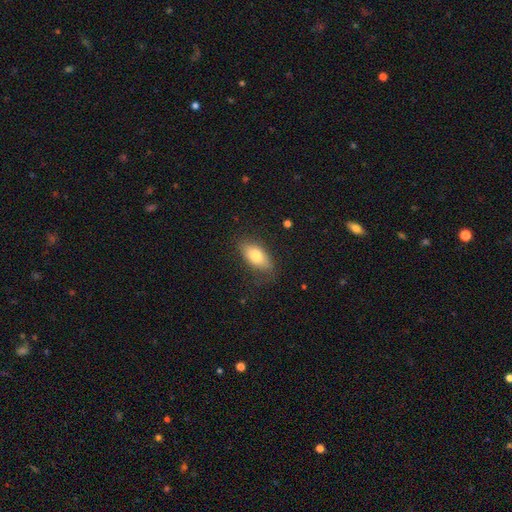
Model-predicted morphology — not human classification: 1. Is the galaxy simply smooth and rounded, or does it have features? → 77% smooth, 16% featured or disk, 7% star or artifact.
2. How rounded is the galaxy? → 89% in between, 7% cigar-shaped, 4% round.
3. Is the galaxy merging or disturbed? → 75% none, 18% minor disturbance, 5% major disturbance, 1% merger.